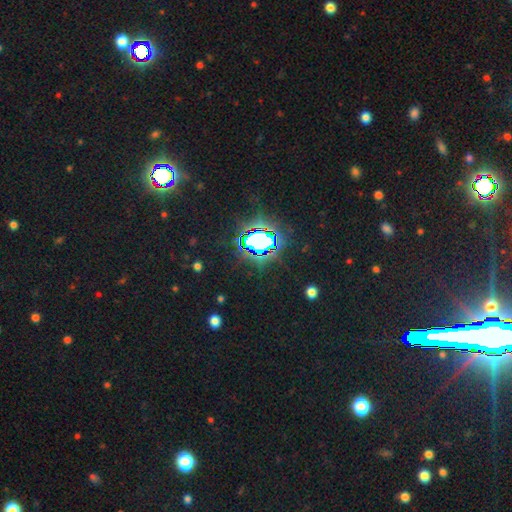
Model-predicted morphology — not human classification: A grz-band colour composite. It shows a star or artifact, not a galaxy (84%).